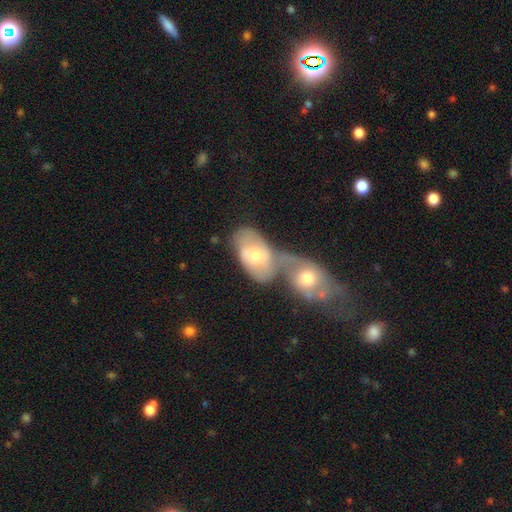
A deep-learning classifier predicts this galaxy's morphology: Q: Smooth or featured?
A: smooth (52%); runner-up: featured or disk (42%)
Q: How rounded?
A: in between (88%); runner-up: round (10%)
Q: Merging?
A: merger (71%); runner-up: none (16%)